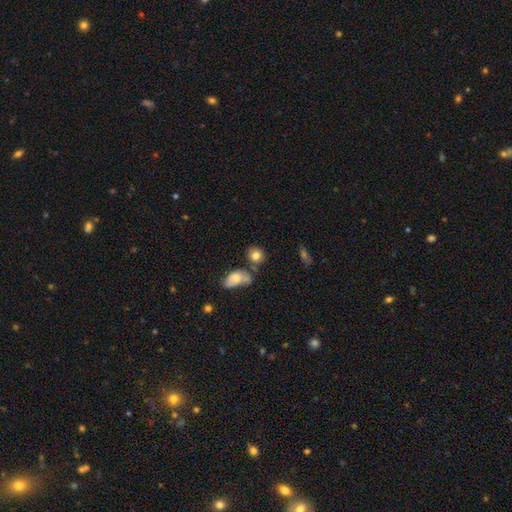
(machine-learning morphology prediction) smooth 80%, featured or disk 10%, star or artifact 10%. Down the decision tree: how rounded — round (69%); merging — none (60%).